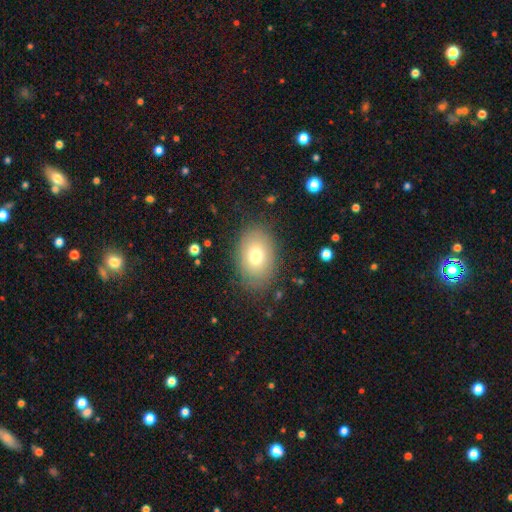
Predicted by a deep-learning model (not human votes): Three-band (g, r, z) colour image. It shows a smooth galaxy with no disk features (71%) that is in between round and cigar-shaped (81%). Merging: none (81%).